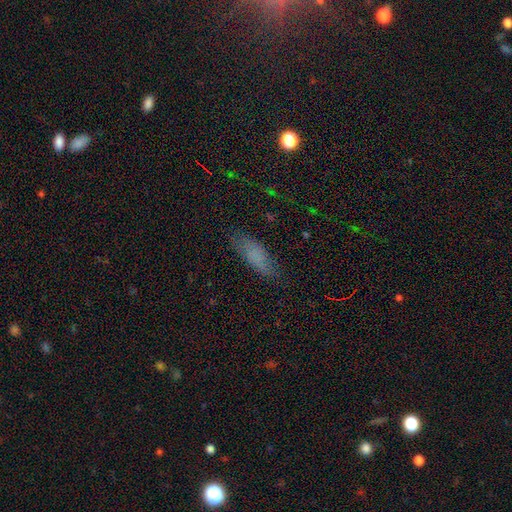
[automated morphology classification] Smooth or featured? smooth (72%)
How rounded? in between (61%)
Merging? none (74%)